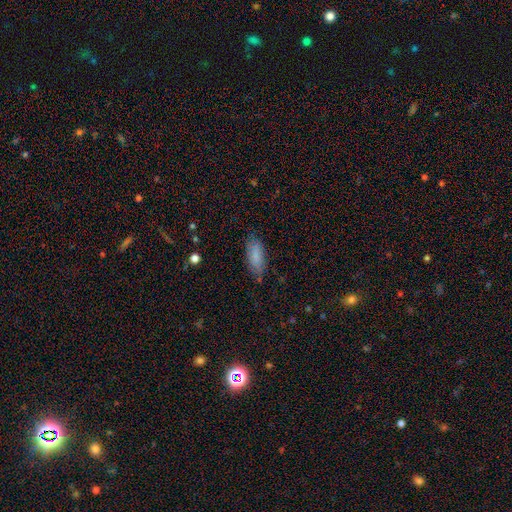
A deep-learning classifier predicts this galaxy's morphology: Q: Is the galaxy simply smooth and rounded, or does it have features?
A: smooth — 82%.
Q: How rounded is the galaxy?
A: in between — 80%.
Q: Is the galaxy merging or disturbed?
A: none — 77%.